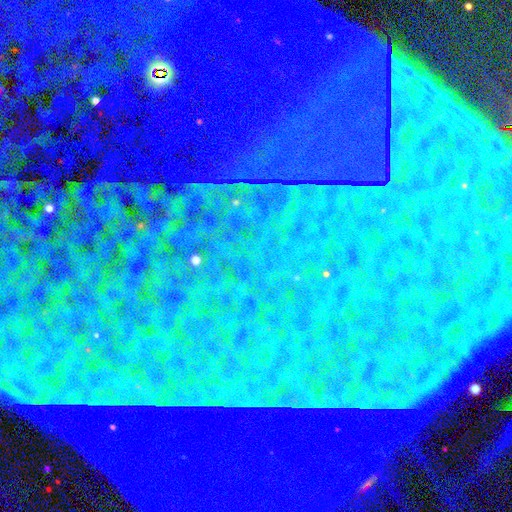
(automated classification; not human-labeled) Smooth or featured? Predicted: star or artifact (p=0.88).